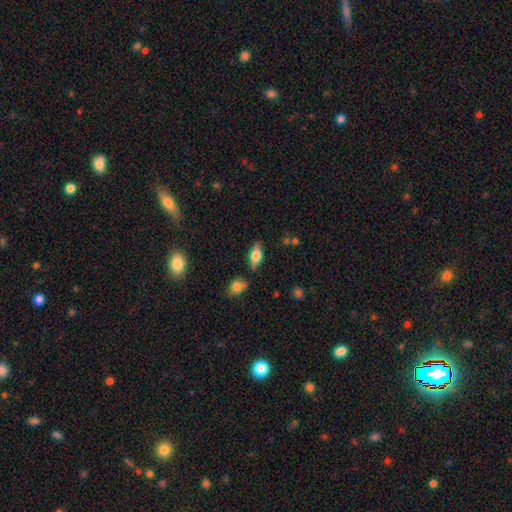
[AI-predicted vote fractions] This is possibly a smooth galaxy (58%). How rounded: likely in between (79%). Merging: clearly none (81%).